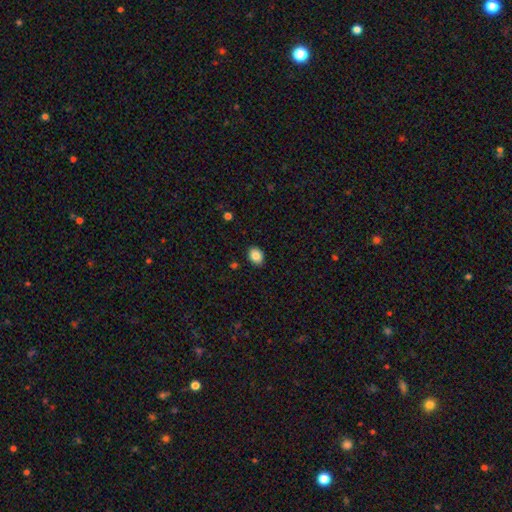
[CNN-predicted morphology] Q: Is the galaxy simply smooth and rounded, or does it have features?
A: smooth — 87%.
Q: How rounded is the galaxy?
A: in between — 65%.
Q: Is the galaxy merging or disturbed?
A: none — 89%.